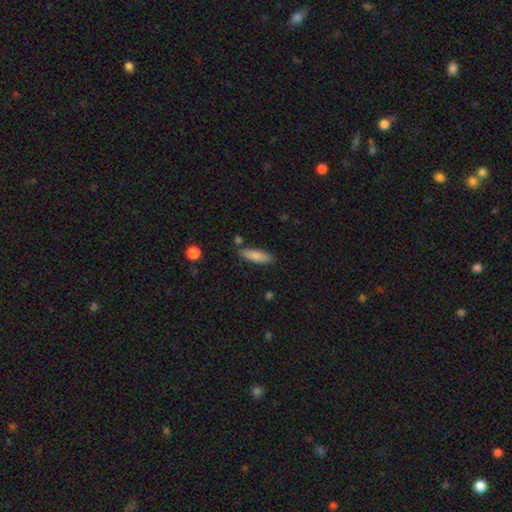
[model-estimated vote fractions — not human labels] smooth_or_featured: smooth (p=0.84) [alt: featured or disk p=0.10]
how_rounded: cigar-shaped (p=0.55) [alt: in between p=0.43]
merging: none (p=0.81) [alt: minor disturbance p=0.12]